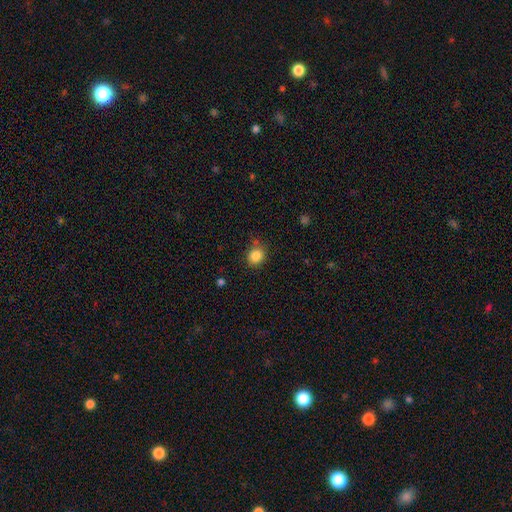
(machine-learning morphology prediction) type=smooth (85%); roundness=round (77%); merging=none (77%).